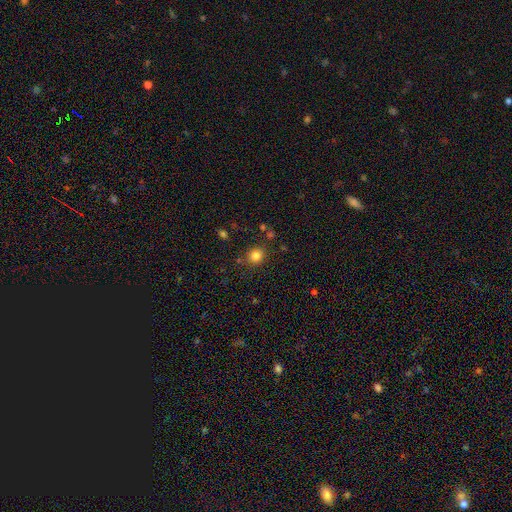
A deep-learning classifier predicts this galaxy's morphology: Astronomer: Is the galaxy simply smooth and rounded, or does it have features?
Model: smooth — 81%.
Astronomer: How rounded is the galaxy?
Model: round — 79%.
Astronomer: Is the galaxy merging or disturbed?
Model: none — 82%.